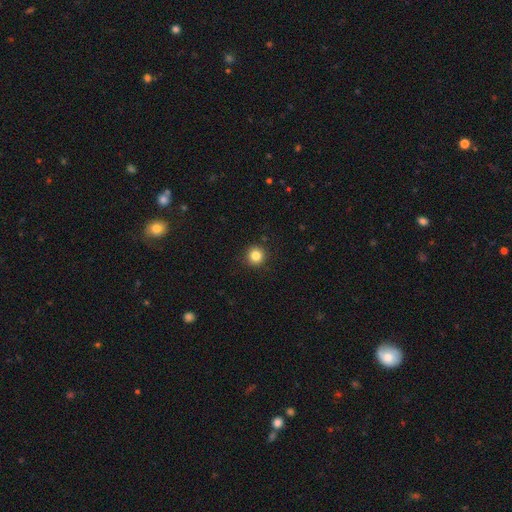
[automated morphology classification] The model was most divided on "smooth or featured": smooth: 84%, star or artifact: 11%, featured or disk: 5%. More confident: how rounded — round (95%); merging — none (92%).